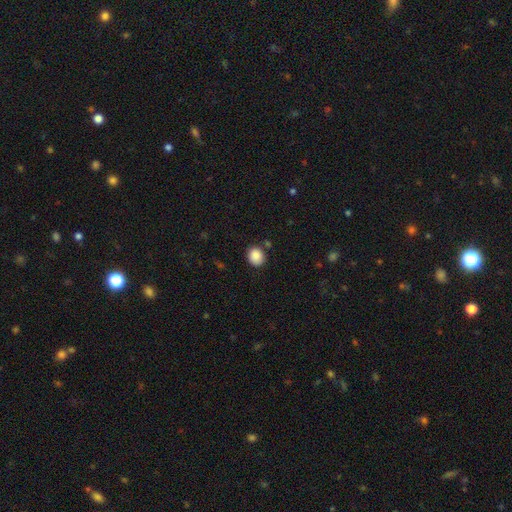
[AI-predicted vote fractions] Morphology: type=smooth (89%); roundness=round (67%); merging=none (82%).